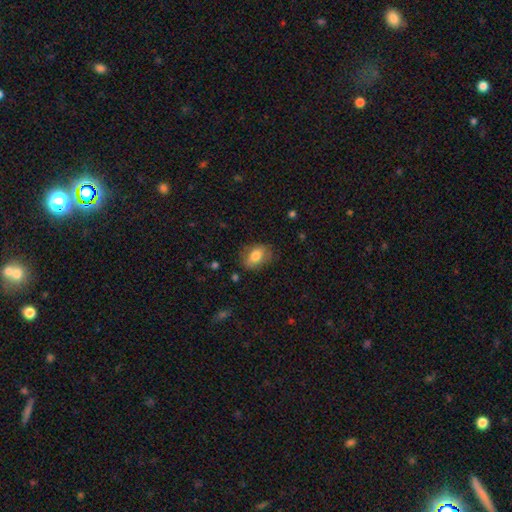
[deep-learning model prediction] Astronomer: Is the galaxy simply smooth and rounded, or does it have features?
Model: smooth — 75%.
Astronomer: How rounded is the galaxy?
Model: in between — 79%.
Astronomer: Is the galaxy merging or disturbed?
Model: none — 76%.